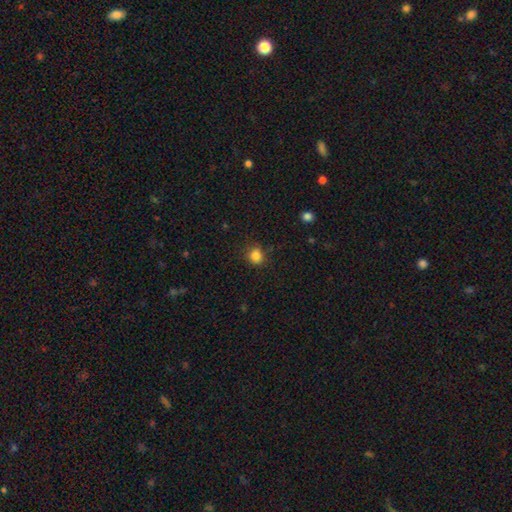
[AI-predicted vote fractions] The model was most divided on "how rounded": round: 78%, in between: 21%, cigar-shaped: 1%. More confident: smooth or featured — smooth (84%); merging — none (82%).